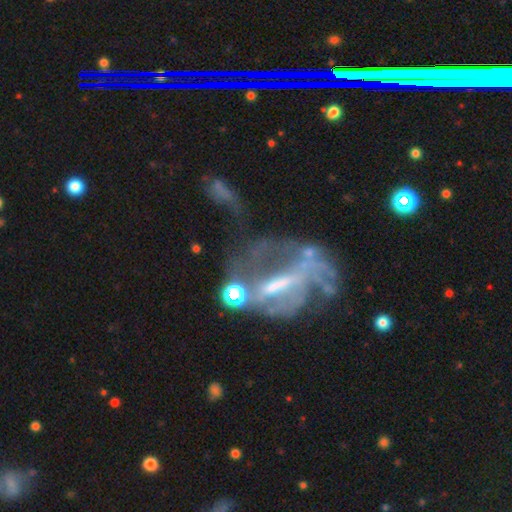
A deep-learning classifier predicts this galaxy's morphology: A featured or disk galaxy (69%) with a strong bar (39%), spiral arms (59%) and a small central bulge (44%).

Vote fractions:
- Smooth or featured? featured or disk: 69% / star or artifact: 18% / smooth: 12%
- Edge-on disk? no: 91% / yes: 9%
- Bar? strong: 39% / weak: 35% / no: 26%
- Spiral arms? yes: 59% / no: 41%
- Bulge size? small: 44% / moderate: 27% / none: 25% / large: 3% / dominant: 1%
- Merging? none: 37% / major disturbance: 32% / minor disturbance: 19% / merger: 12%